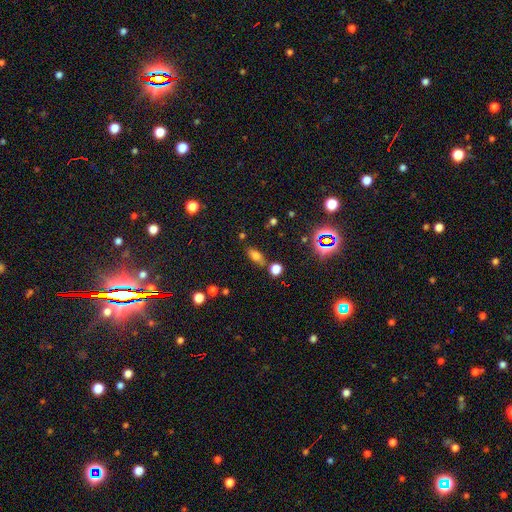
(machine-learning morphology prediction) A smooth galaxy with no disk features (69%) that is in between round and cigar-shaped (78%). Merging: none (70%).